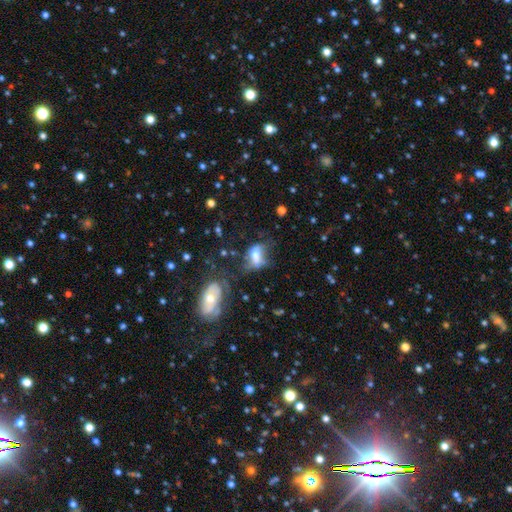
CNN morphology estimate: The model was most divided on "merging": major disturbance: 34%, none: 29%, minor disturbance: 23%, merger: 15%. Remaining: smooth or featured — smooth (46%).